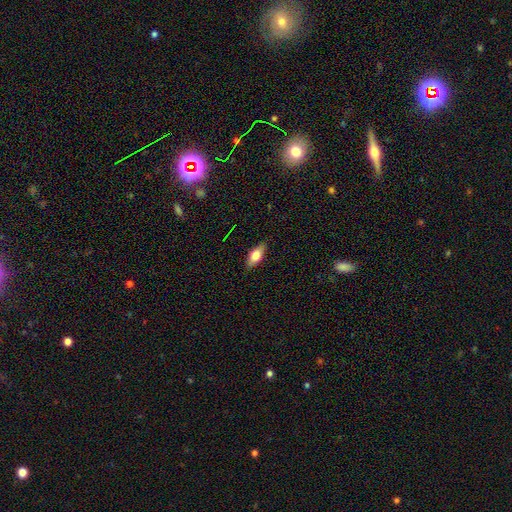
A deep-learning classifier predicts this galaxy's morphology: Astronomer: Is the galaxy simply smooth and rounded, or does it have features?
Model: smooth — 68%.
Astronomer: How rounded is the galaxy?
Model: in between — 80%.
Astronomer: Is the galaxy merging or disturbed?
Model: none — 86%.